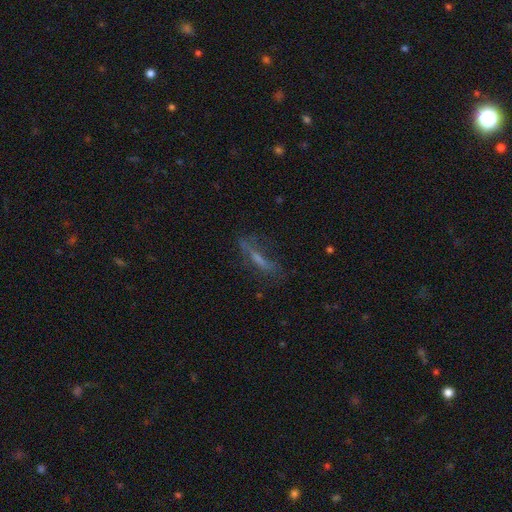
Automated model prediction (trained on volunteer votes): smooth_or_featured: featured or disk (p=0.46) [alt: smooth p=0.36]
merging: none (p=0.62) [alt: minor disturbance p=0.21]